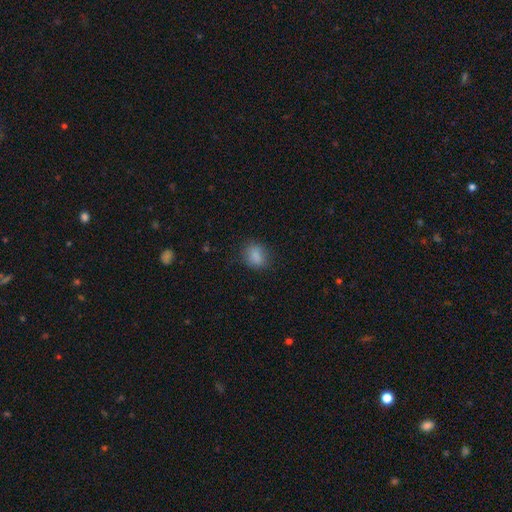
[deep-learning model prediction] Overall: smooth (84%). How rounded: round (50%; in between 49%). Merging: none (80%).